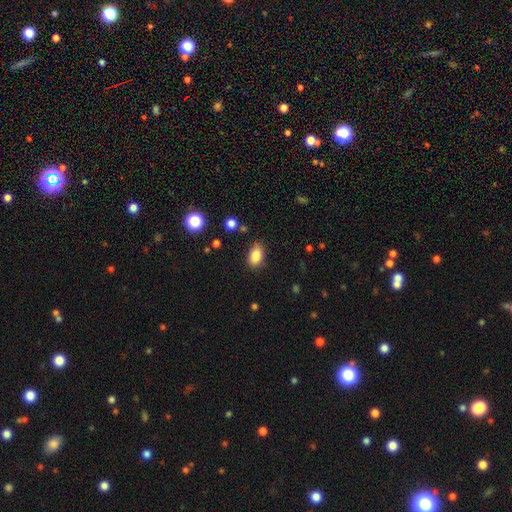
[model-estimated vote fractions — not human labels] Smooth or featured: smooth — 85% (star or artifact — 9%)
How rounded: in between — 87% (round — 11%)
Merging: none — 80% (minor disturbance — 14%)